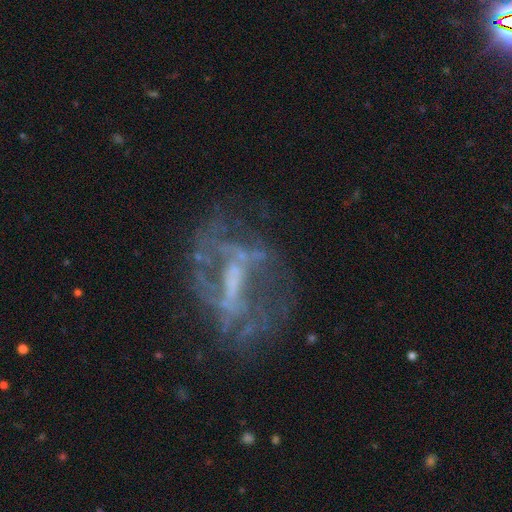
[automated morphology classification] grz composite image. It shows a featured or disk galaxy (75%) with a strong bar (40%), spiral arms (54%) and no central bulge (37%). Merging: none (54%).